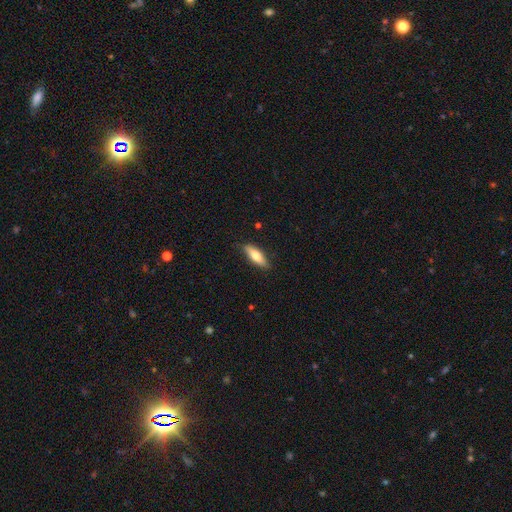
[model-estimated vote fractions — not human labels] Q: Smooth or featured?
A: smooth (72%); runner-up: featured or disk (23%)
Q: How rounded?
A: in between (55%); runner-up: cigar-shaped (43%)
Q: Merging?
A: none (84%); runner-up: minor disturbance (13%)